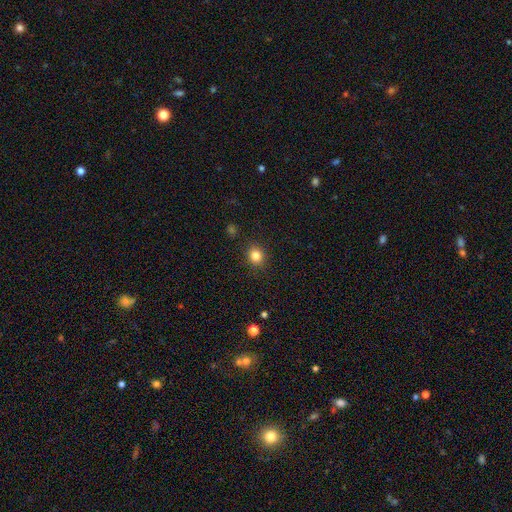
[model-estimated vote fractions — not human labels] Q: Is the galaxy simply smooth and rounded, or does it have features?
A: smooth — 82%.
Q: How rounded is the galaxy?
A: round — 79%.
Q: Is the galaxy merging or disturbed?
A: none — 89%.